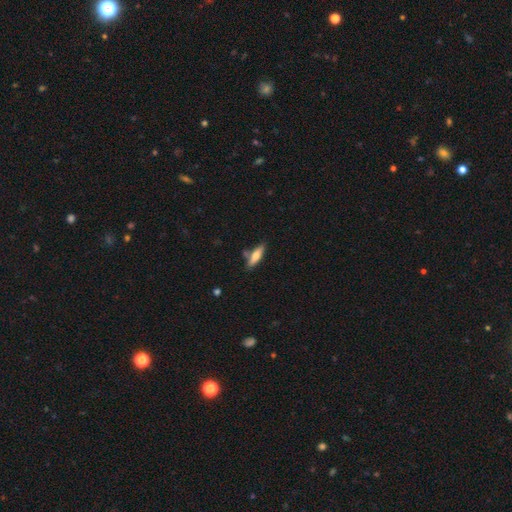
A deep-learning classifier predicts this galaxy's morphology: Overall: smooth (63%; featured or disk 32%). How rounded: cigar-shaped (64%; in between 34%). Merging: none (73%).